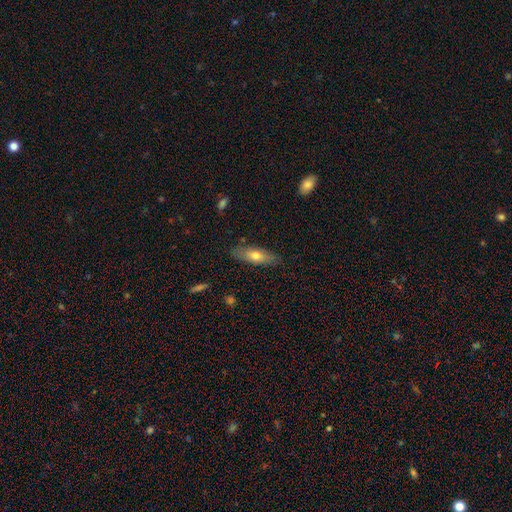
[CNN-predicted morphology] smooth-or-featured: smooth: 66% | featured or disk: 28% | star or artifact: 6%
  how-rounded: in between: 53% | cigar-shaped: 45% | round: 2%
  merging: none: 83% | minor disturbance: 12% | major disturbance: 3% | merger: 2%